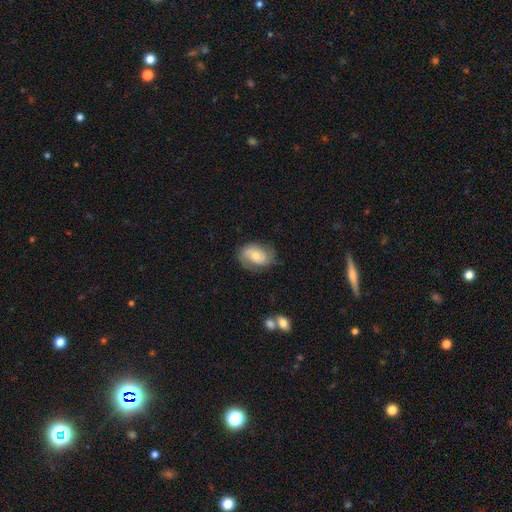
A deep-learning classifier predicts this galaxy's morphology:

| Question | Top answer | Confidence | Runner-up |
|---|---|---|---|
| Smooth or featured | featured or disk | 49% | smooth (43%) |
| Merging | none | 68% | minor disturbance (22%) |